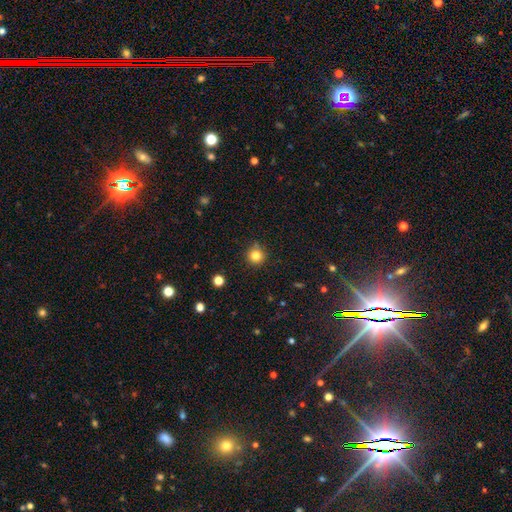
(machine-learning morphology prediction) smooth 81%, star or artifact 13%, featured or disk 6%. Down the decision tree: how rounded — round (94%); merging — none (83%).